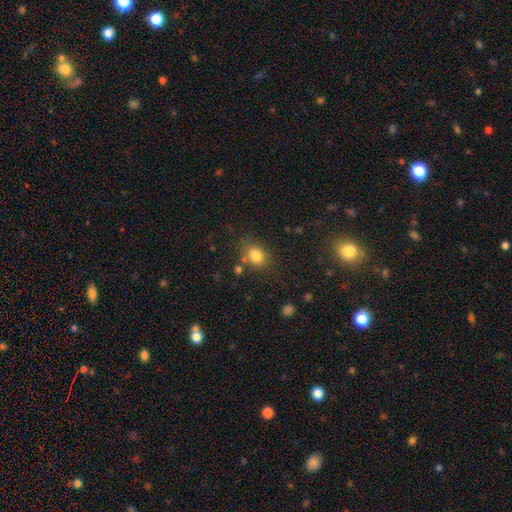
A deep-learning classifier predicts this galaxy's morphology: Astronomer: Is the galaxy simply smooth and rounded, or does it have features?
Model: smooth — 82%.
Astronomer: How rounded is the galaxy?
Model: round — 54% (runner-up: in between, 45%).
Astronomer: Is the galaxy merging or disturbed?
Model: none — 73%.